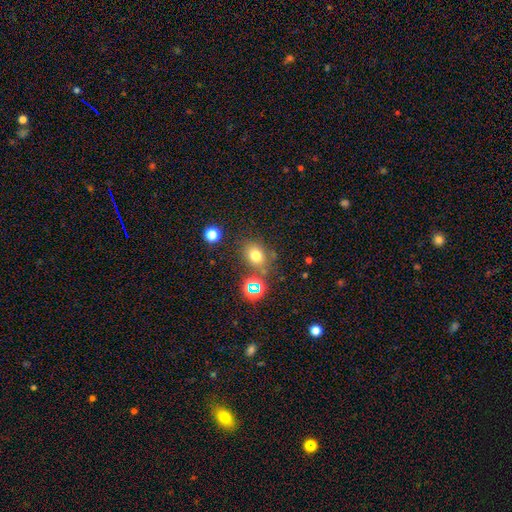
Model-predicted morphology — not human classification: Q: Smooth or featured?
A: smooth (70%); runner-up: star or artifact (20%)
Q: How rounded?
A: round (51%); runner-up: in between (48%)
Q: Merging?
A: none (71%); runner-up: minor disturbance (14%)